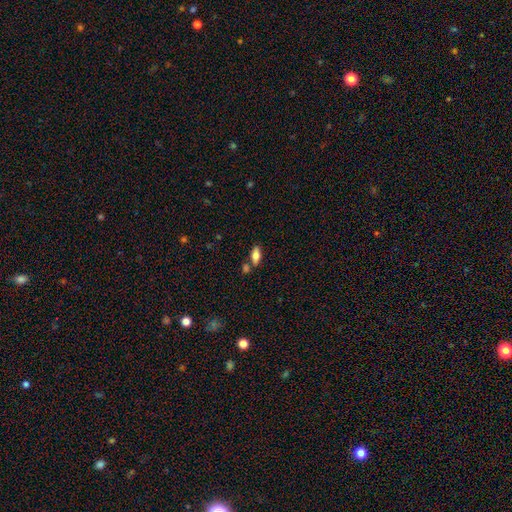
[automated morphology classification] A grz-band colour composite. It shows a smooth galaxy with no disk features (73%) that is in between round and cigar-shaped (82%). Merging: none (72%).